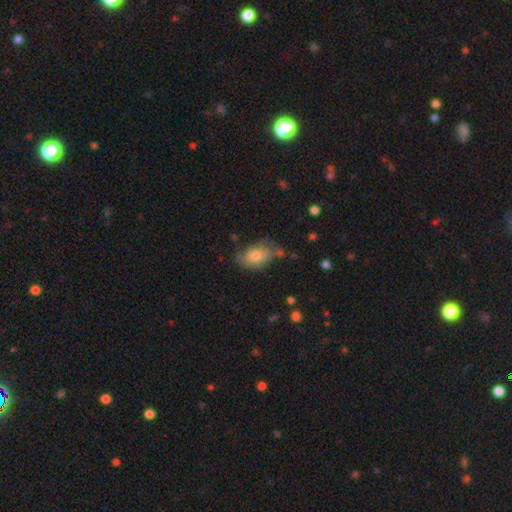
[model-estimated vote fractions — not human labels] Smooth or featured?
  - smooth: 60% *
  - featured or disk: 31%
  - star or artifact: 9%
How rounded?
  - in between: 85% *
  - round: 13%
  - cigar-shaped: 2%
Merging?
  - none: 55% *
  - minor disturbance: 29%
  - major disturbance: 11%
  - merger: 5%